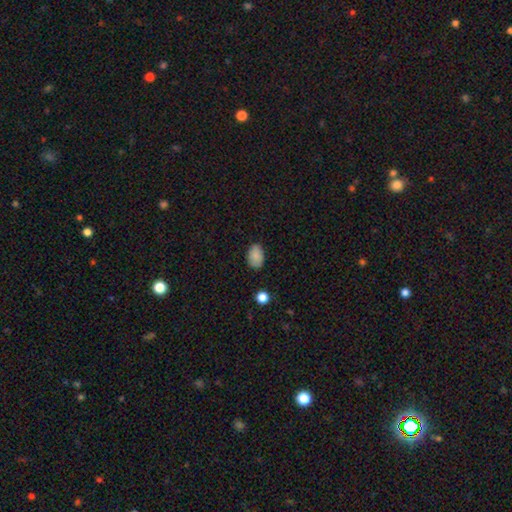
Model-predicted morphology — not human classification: type=smooth (87%); roundness=in between (85%); merging=none (81%).